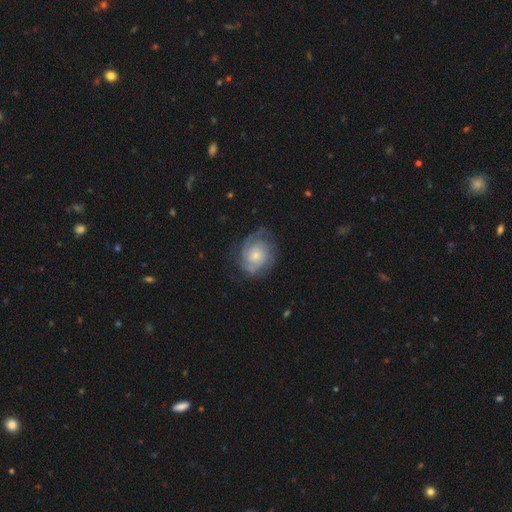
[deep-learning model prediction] This appears to be a featured or disk galaxy (74%) with no bar (80%), 2 (39%) tight (58%) spiral arms (92%) and a small central bulge (61%). Merging: none (66%).